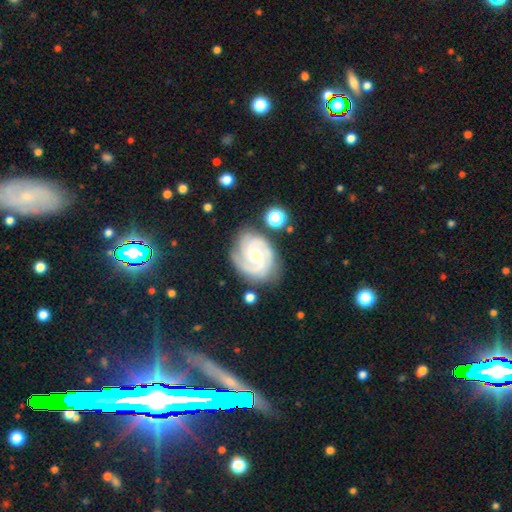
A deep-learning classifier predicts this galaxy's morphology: featured or disk 87%, smooth 8%, star or artifact 5%. Down the decision tree: edge-on disk — no (98%); bar — no (52%); spiral arms — yes (98%); spiral arm count — 2 (40%); spiral winding — tight (64%); bulge size — small (62%); merging — none (74%).